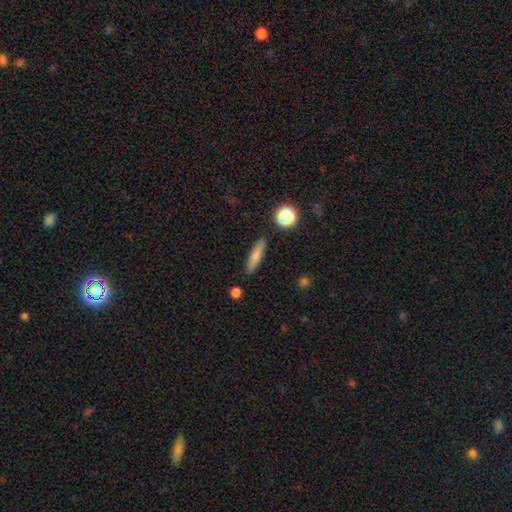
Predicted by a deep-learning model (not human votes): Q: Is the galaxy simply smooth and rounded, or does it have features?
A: smooth — 75%.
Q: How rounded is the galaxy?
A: cigar-shaped — 78%.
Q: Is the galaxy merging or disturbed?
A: none — 88%.